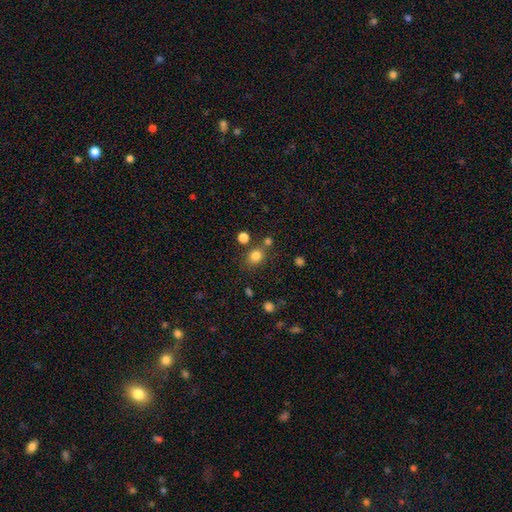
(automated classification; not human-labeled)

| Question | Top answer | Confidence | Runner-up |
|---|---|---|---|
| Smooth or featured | smooth | 81% | star or artifact (14%) |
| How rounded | round | 68% | in between (31%) |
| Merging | none | 70% | merger (14%) |